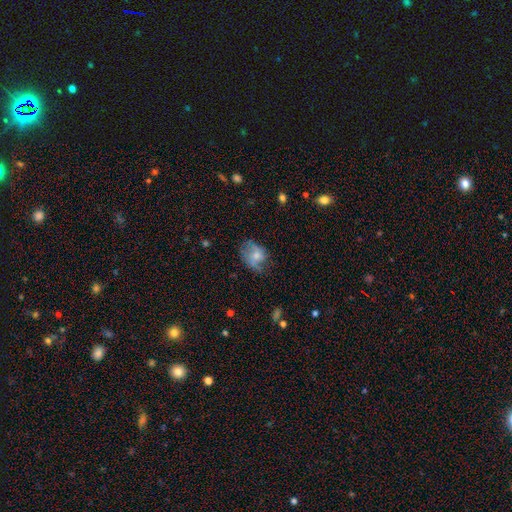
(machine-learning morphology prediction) A smooth galaxy with no disk features (53%) that is in between round and cigar-shaped (52%).

Vote fractions:
- Smooth or featured? smooth: 53% / featured or disk: 38% / star or artifact: 9%
- How rounded? in between: 52% / round: 47% / cigar-shaped: 1%
- Merging? none: 51% / minor disturbance: 28% / major disturbance: 19% / merger: 2%